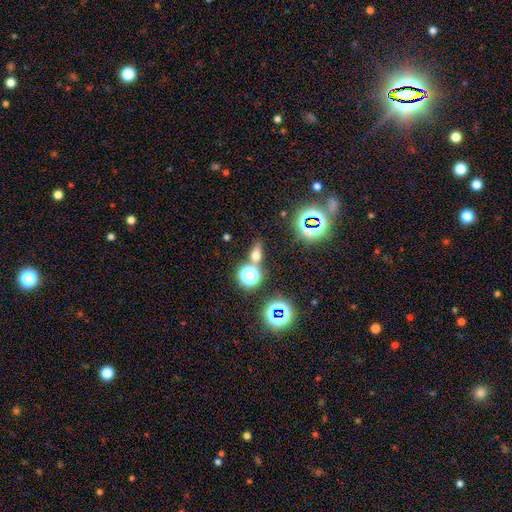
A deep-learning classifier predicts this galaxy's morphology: This appears to be a smooth galaxy with no disk features (54%) that is in between round and cigar-shaped (51%). Merging: none (69%).